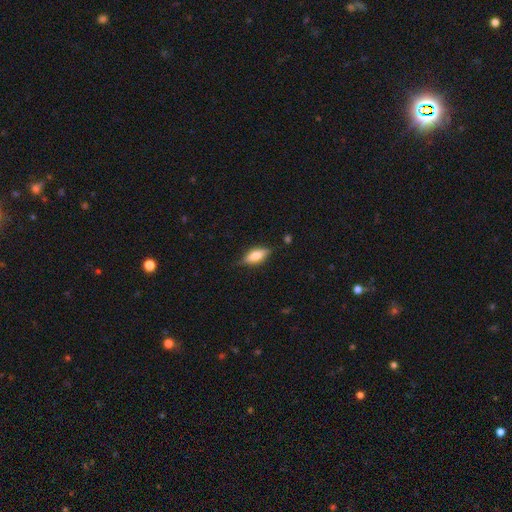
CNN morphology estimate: Smooth or featured?
  - smooth: 58% *
  - featured or disk: 35%
  - star or artifact: 8%
How rounded?
  - in between: 72% *
  - cigar-shaped: 24%
  - round: 3%
Merging?
  - none: 77% *
  - minor disturbance: 18%
  - major disturbance: 4%
  - merger: 2%